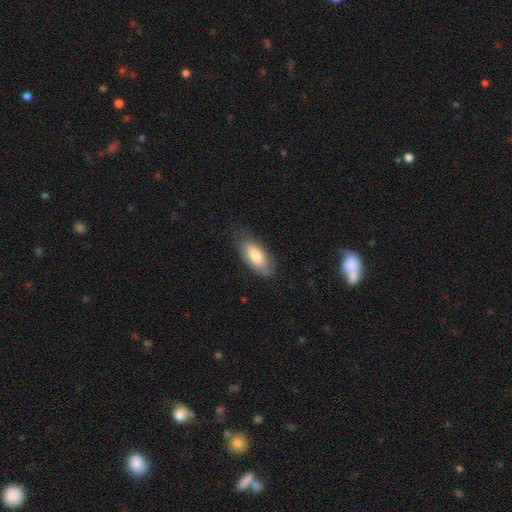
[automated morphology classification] A smooth galaxy with no disk features (78%) that is in between round and cigar-shaped (89%).

Vote fractions:
- Smooth or featured? smooth: 78% / featured or disk: 17% / star or artifact: 6%
- How rounded? in between: 89% / cigar-shaped: 9% / round: 2%
- Merging? none: 70% / minor disturbance: 22% / major disturbance: 6% / merger: 1%